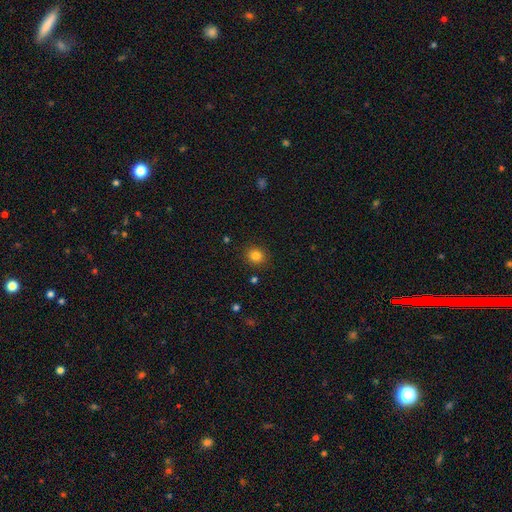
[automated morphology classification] This appears to be a smooth galaxy with no disk features (82%) that is round (85%). Merging: none (90%).